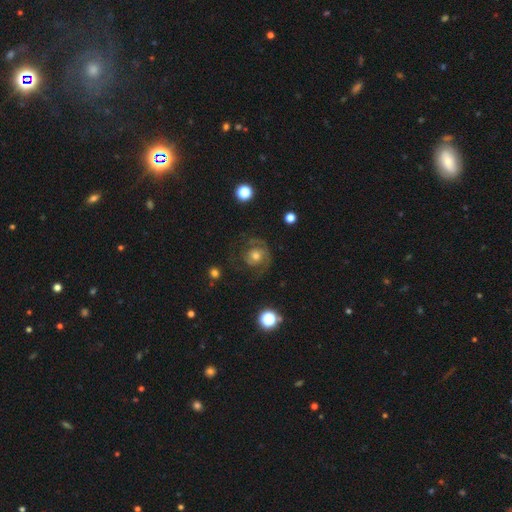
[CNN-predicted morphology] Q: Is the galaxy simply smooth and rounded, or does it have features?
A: featured or disk — 71%.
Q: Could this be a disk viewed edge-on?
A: no — 98%.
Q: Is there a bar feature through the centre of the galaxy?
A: no — 76%.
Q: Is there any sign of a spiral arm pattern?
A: yes — 88%.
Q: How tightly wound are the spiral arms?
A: tight — 49%.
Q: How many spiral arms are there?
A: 2 — 44%.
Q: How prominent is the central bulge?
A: moderate — 63%.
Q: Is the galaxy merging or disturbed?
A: none — 63%.